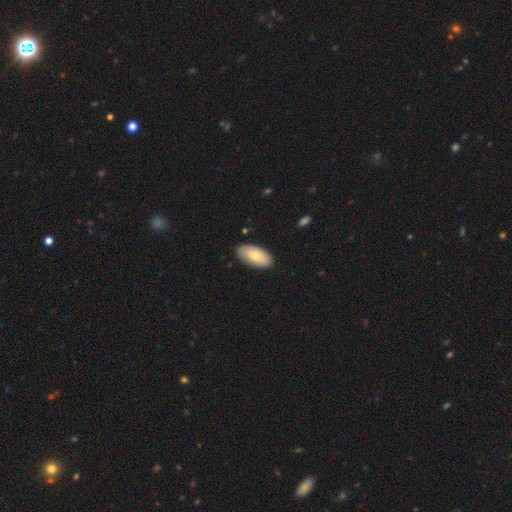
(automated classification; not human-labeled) smooth 73%, featured or disk 21%, star or artifact 6%. Down the decision tree: how rounded — in between (94%); merging — none (86%).